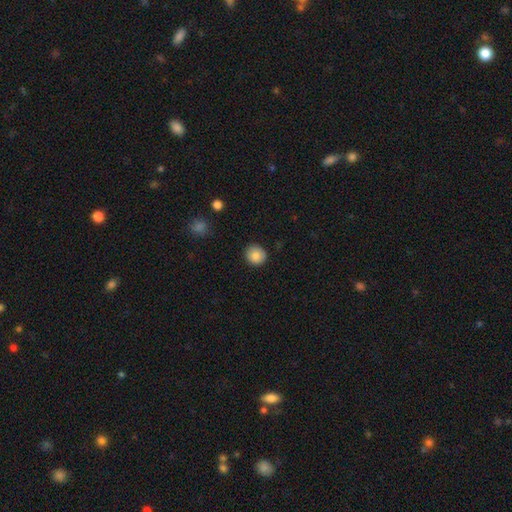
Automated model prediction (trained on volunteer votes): This is clearly a smooth galaxy (84%). How rounded: clearly round (86%). Merging: clearly none (89%).